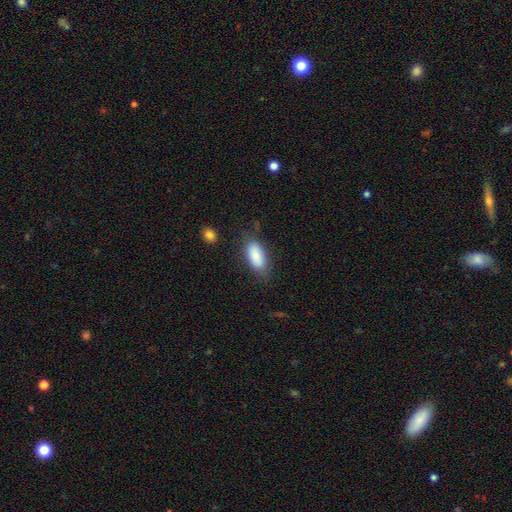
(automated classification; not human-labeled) Morphology: type=smooth (83%); roundness=in between (89%); merging=none (75%).